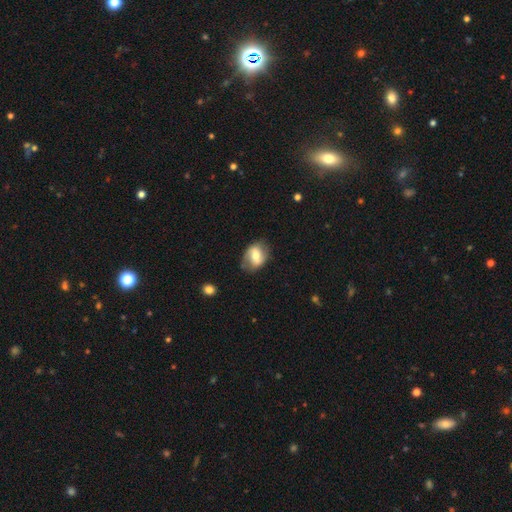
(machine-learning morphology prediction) Smooth or featured? featured or disk (47%)
Merging? none (72%)